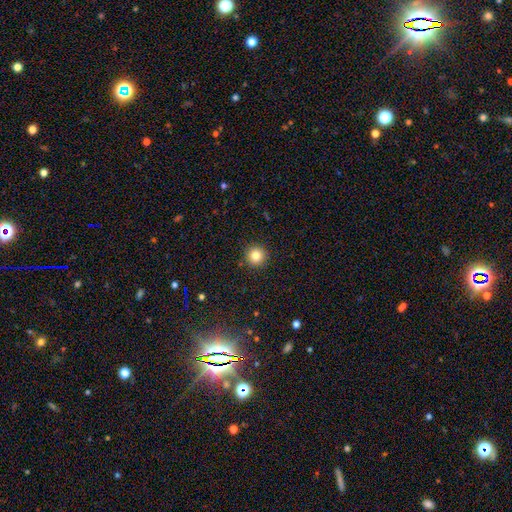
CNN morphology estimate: A smooth galaxy with no disk features (82%) that is round (95%).

Vote fractions:
- Smooth or featured? smooth: 82% / star or artifact: 12% / featured or disk: 6%
- How rounded? round: 95% / in between: 4% / cigar-shaped: 1%
- Merging? none: 92% / minor disturbance: 5% / major disturbance: 2% / merger: 1%